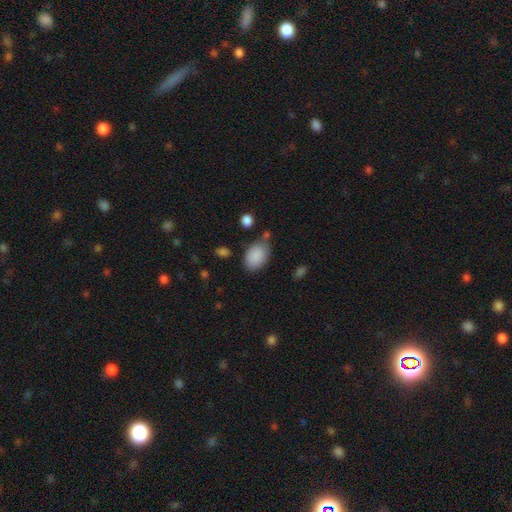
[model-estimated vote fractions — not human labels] A smooth galaxy with no disk features (89%) that is in between round and cigar-shaped (89%). Merging: none (69%).